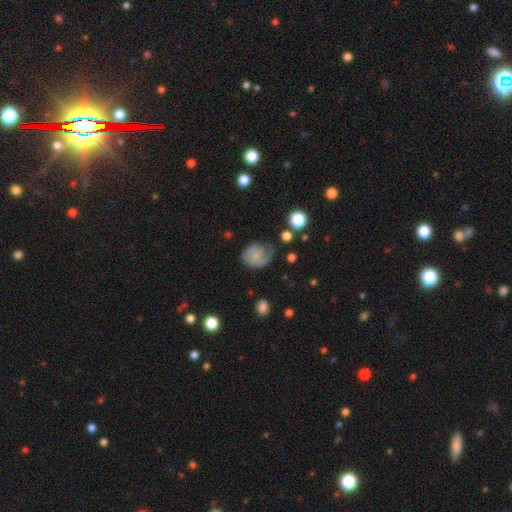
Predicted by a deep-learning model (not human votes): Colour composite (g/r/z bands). It shows a featured or disk galaxy (48%). Merging: none (50%).